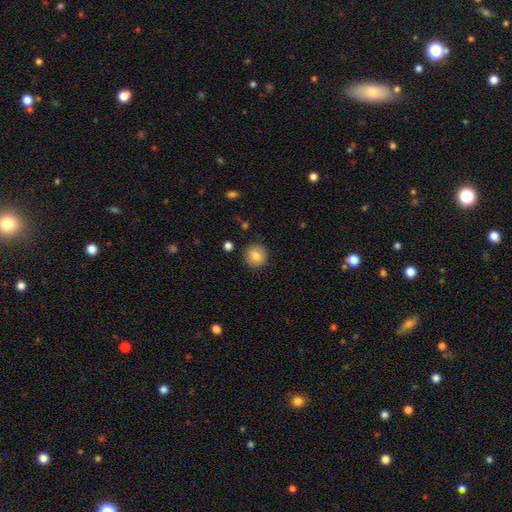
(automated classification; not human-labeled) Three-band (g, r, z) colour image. It shows a smooth galaxy with no disk features (83%) that is round (93%). Merging: none (90%).